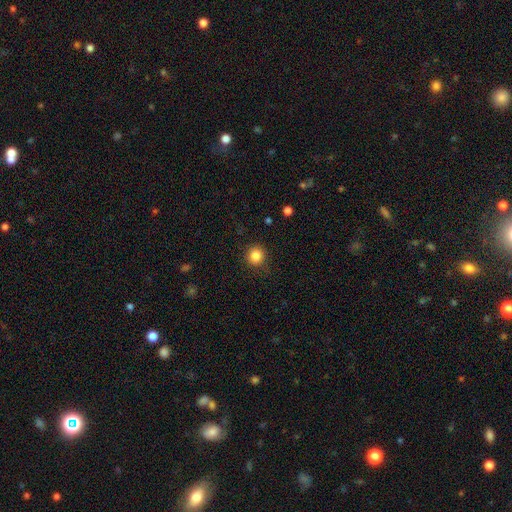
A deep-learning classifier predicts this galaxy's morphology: This is clearly a smooth galaxy (85%). How rounded: clearly round (93%). Merging: clearly none (89%).